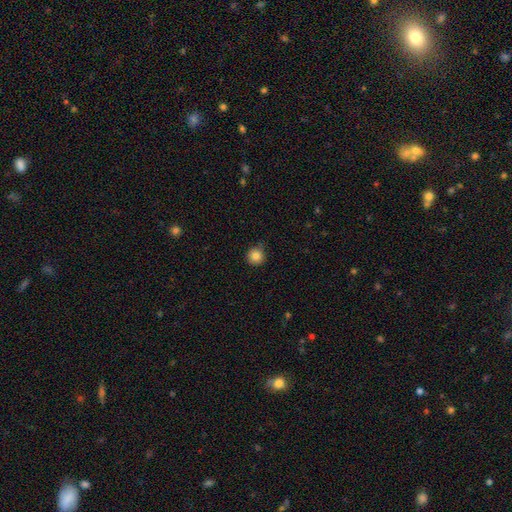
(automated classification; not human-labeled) smooth_or_featured: smooth (p=0.84) [alt: star or artifact p=0.11]
how_rounded: round (p=0.94) [alt: in between p=0.05]
merging: none (p=0.81) [alt: minor disturbance p=0.16]